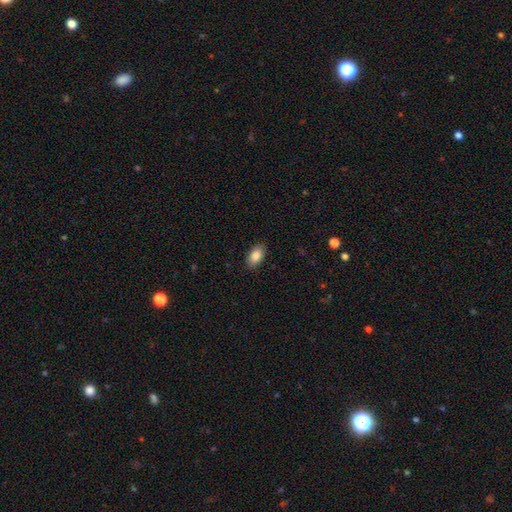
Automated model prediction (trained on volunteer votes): Overall: smooth (86%). How rounded: in between (92%). Merging: none (88%).